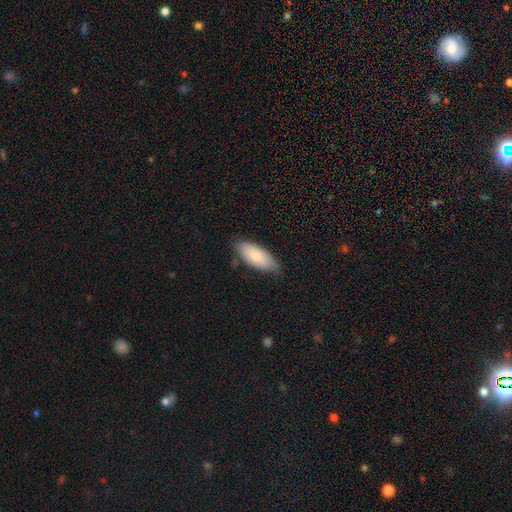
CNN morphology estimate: A smooth galaxy with no disk features (80%) that is in between round and cigar-shaped (83%). Merging: none (70%).